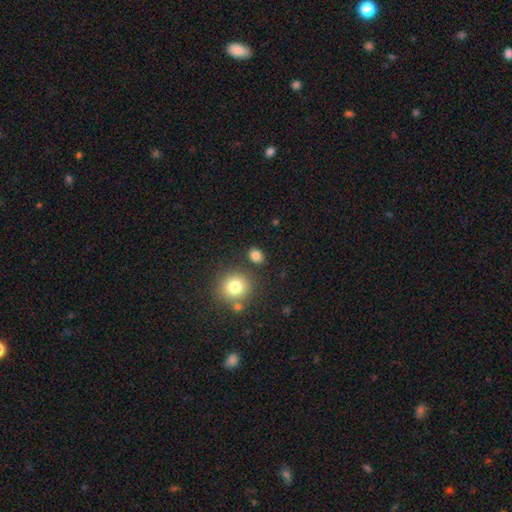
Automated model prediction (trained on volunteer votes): Smooth or featured? smooth (82%)
How rounded? round (50%)
Merging? none (83%)